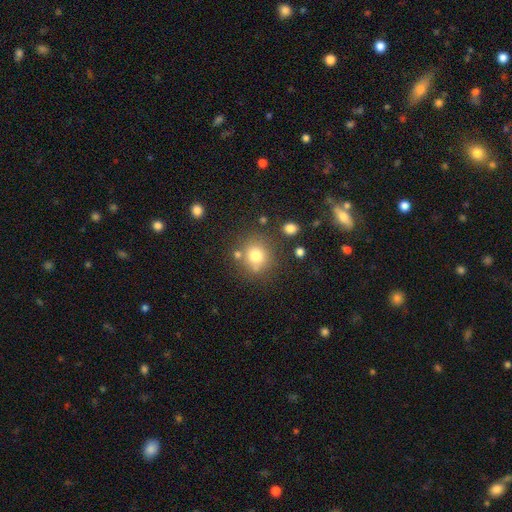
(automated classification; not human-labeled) Smooth or featured: smooth — 75% (star or artifact — 14%)
How rounded: round — 86% (in between — 13%)
Merging: none — 72% (minor disturbance — 13%)